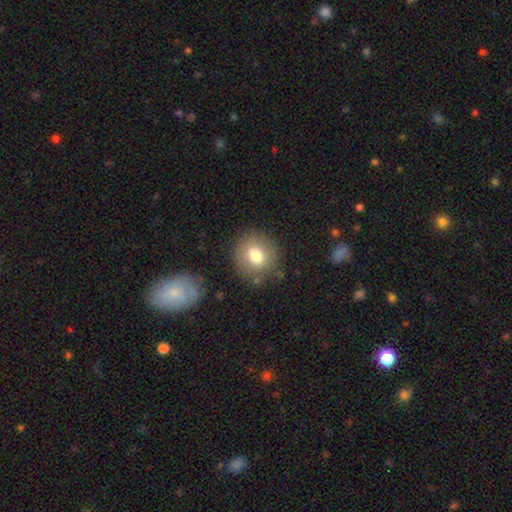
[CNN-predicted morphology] A smooth galaxy with no disk features (76%) that is round (86%).

Vote fractions:
- Smooth or featured? smooth: 76% / featured or disk: 14% / star or artifact: 9%
- How rounded? round: 86% / in between: 13% / cigar-shaped: 1%
- Merging? none: 81% / minor disturbance: 12% / major disturbance: 4% / merger: 3%